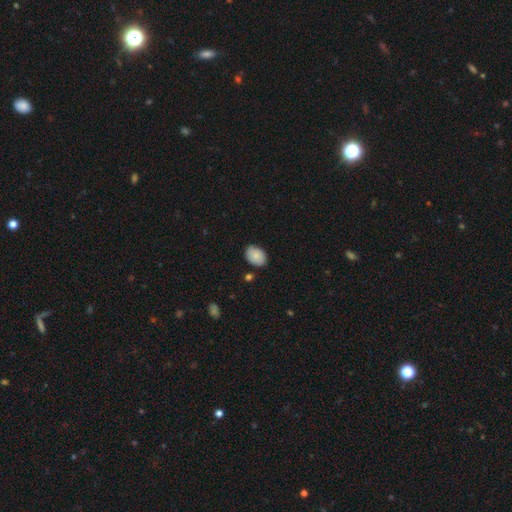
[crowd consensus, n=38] Morphology: type=smooth (87%); roundness=in between (70%); merging=none (71%).